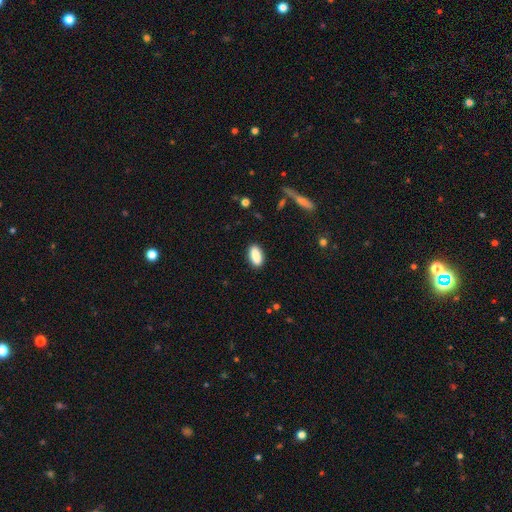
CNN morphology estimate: Smooth or featured? smooth (88%)
How rounded? in between (88%)
Merging? none (88%)